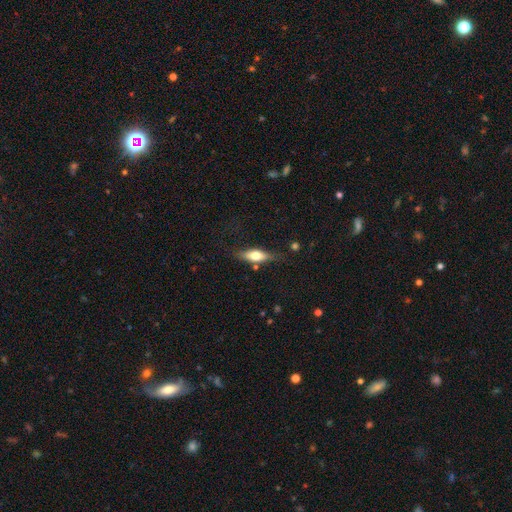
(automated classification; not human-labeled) Smooth or featured? Predicted: smooth (p=0.57). How rounded? Predicted: in between (p=0.57). Merging? Predicted: none (p=0.70).